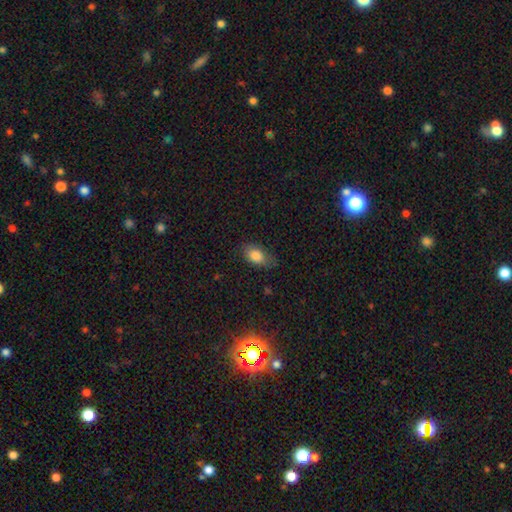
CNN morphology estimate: Smooth or featured? smooth (83%)
How rounded? in between (88%)
Merging? none (71%)